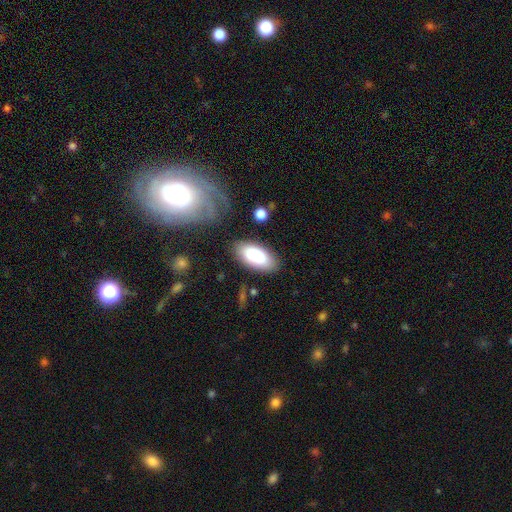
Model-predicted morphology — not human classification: A smooth galaxy with no disk features (82%) that is in between round and cigar-shaped (90%). Merging: none (79%).